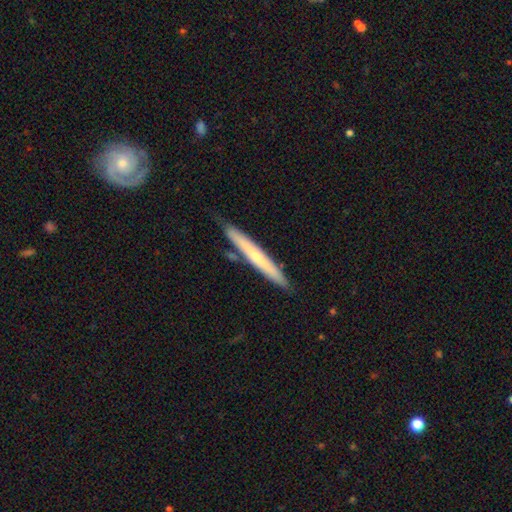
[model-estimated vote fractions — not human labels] smooth_or_featured: featured or disk (p=0.64) [alt: smooth p=0.29]
disk_edge_on: yes (p=0.94) [alt: no p=0.06]
edge_on_bulge: rounded (p=0.60) [alt: none p=0.36]
merging: none (p=0.88) [alt: minor disturbance p=0.09]